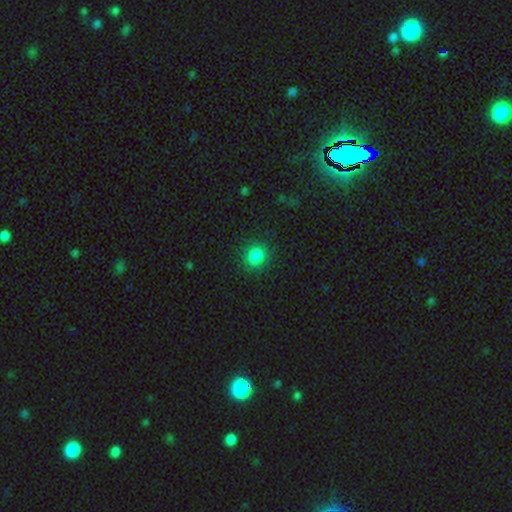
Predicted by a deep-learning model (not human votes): Morphology: type=smooth (85%); roundness=round (84%); merging=none (88%).